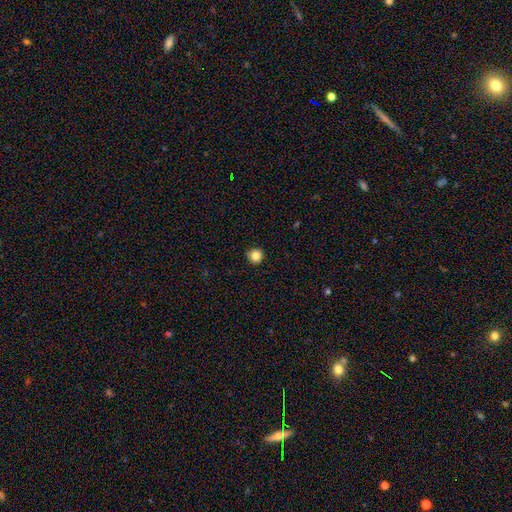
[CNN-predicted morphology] smooth-or-featured: smooth: 85% | star or artifact: 11% | featured or disk: 4%
  how-rounded: round: 95% | in between: 4% | cigar-shaped: 1%
  merging: none: 92% | minor disturbance: 5% | major disturbance: 2% | merger: 1%